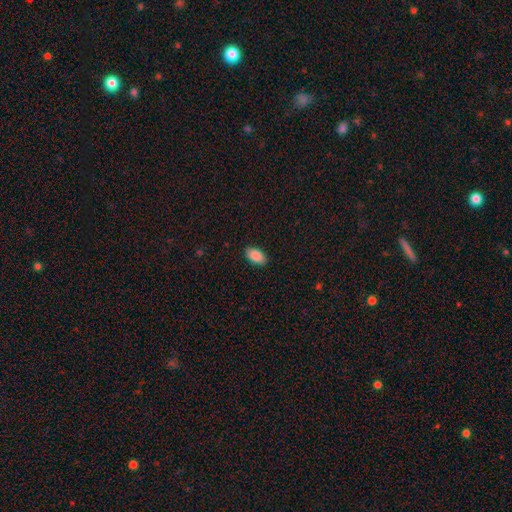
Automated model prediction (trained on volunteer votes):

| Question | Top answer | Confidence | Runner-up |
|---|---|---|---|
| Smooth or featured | smooth | 90% | star or artifact (7%) |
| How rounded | in between | 94% | round (3%) |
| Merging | none | 89% | minor disturbance (8%) |